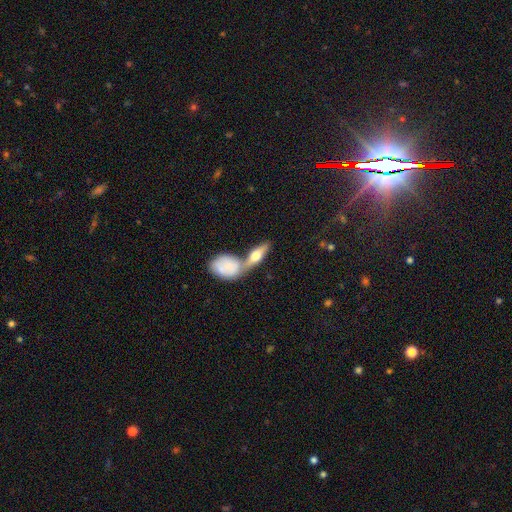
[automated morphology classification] Overall: smooth (51%; featured or disk 43%). How rounded: in between (62%; cigar-shaped 31%). Merging: merger (49%; none 37%).